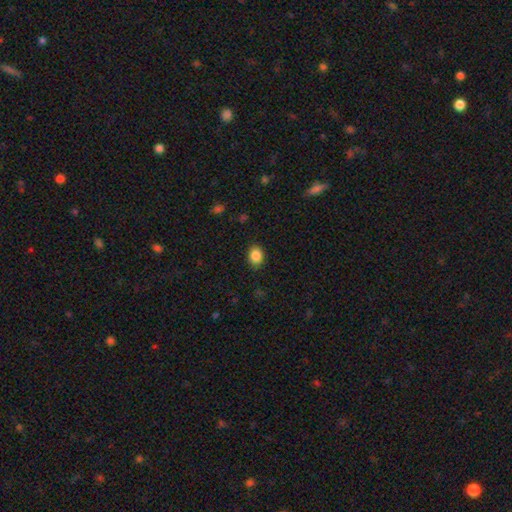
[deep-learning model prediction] Q: Smooth or featured?
A: smooth (87%); runner-up: star or artifact (9%)
Q: How rounded?
A: in between (60%); runner-up: round (39%)
Q: Merging?
A: none (88%); runner-up: minor disturbance (9%)